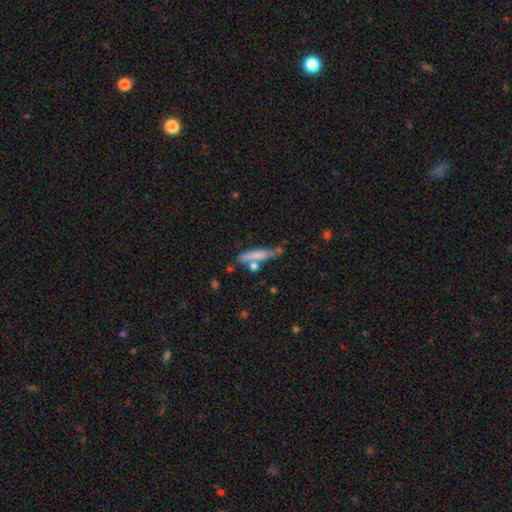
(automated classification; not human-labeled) Q: Smooth or featured?
A: smooth (69%); runner-up: featured or disk (24%)
Q: How rounded?
A: cigar-shaped (86%); runner-up: in between (12%)
Q: Merging?
A: none (62%); runner-up: minor disturbance (18%)